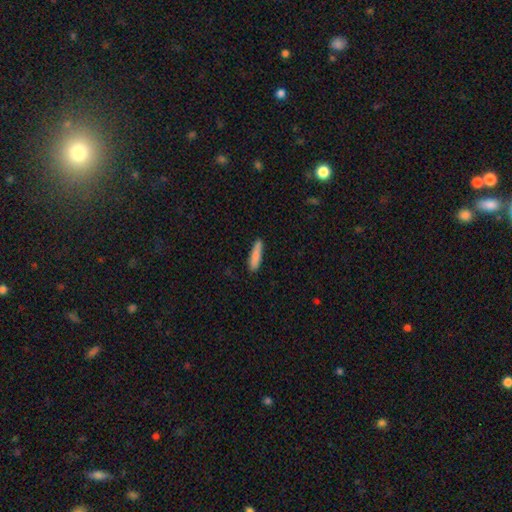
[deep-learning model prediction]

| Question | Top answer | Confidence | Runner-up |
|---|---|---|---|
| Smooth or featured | smooth | 86% | featured or disk (8%) |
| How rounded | cigar-shaped | 80% | in between (19%) |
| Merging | none | 82% | minor disturbance (14%) |